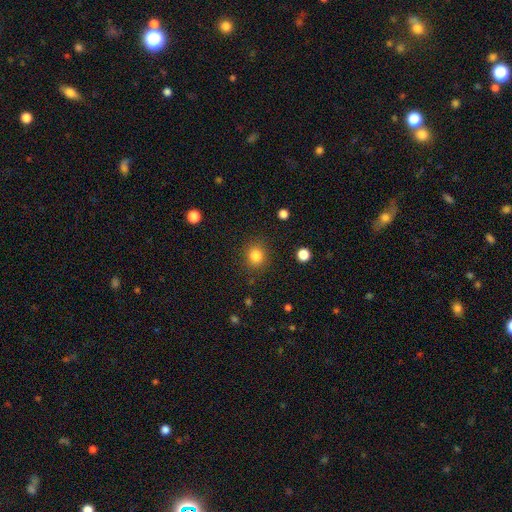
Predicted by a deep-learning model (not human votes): The model was most divided on "smooth or featured": smooth: 84%, star or artifact: 11%, featured or disk: 5%. More confident: merging — none (87%); how rounded — round (86%).